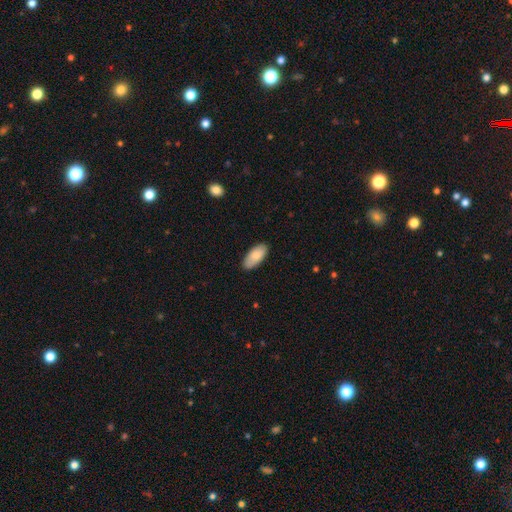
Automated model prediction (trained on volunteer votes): Q: Smooth or featured?
A: smooth (84%); runner-up: featured or disk (11%)
Q: How rounded?
A: in between (92%); runner-up: cigar-shaped (6%)
Q: Merging?
A: none (86%); runner-up: minor disturbance (11%)